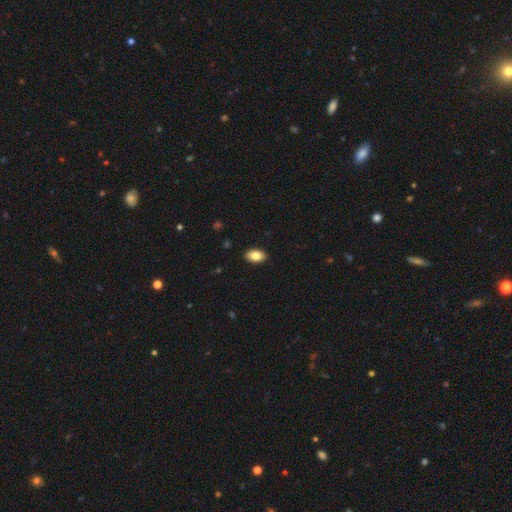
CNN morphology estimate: Q: Smooth or featured?
A: smooth (83%); runner-up: featured or disk (10%)
Q: How rounded?
A: in between (92%); runner-up: round (7%)
Q: Merging?
A: none (90%); runner-up: minor disturbance (7%)